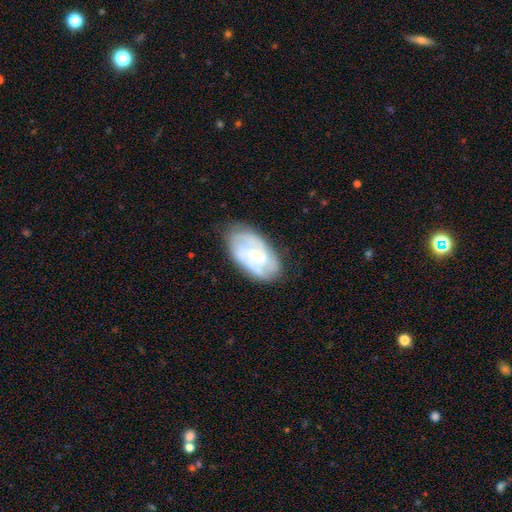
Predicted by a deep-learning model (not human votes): A featured or disk galaxy (72%) with no bar (57%), tight (51%) spiral arms (90%) and a small central bulge (68%).

Vote fractions:
- Smooth or featured? featured or disk: 72% / smooth: 22% / star or artifact: 6%
- Edge-on disk? no: 96% / yes: 4%
- Bar? no: 57% / weak: 36% / strong: 6%
- Spiral arms? yes: 90% / no: 10%
- Spiral winding? tight: 51% / medium: 38% / loose: 11%
- Spiral arm count? can't tell: 35% / 2: 33% / 3: 19% / 4: 6% / 1: 4% / more than 4: 3%
- Bulge size? small: 68% / moderate: 22% / none: 7% / large: 1% / dominant: 1%
- Merging? none: 72% / minor disturbance: 21% / major disturbance: 6% / merger: 1%